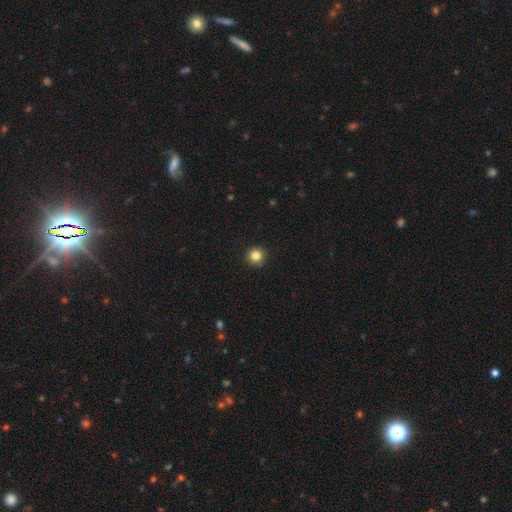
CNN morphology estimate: Q: Smooth or featured?
A: smooth (84%); runner-up: star or artifact (12%)
Q: How rounded?
A: round (95%); runner-up: in between (4%)
Q: Merging?
A: none (92%); runner-up: minor disturbance (5%)